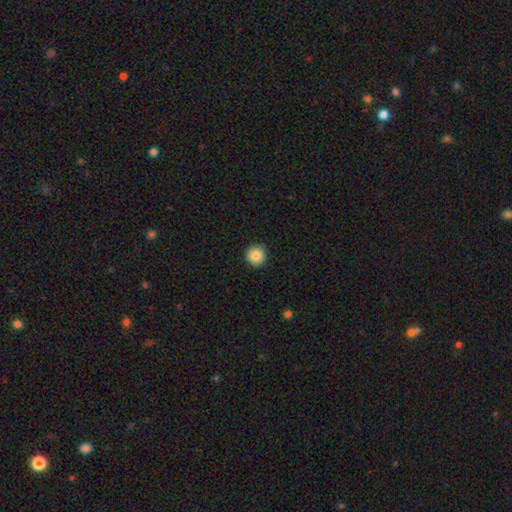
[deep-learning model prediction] Smooth or featured?
  - smooth: 85% *
  - star or artifact: 9%
  - featured or disk: 6%
How rounded?
  - round: 95% *
  - in between: 4%
  - cigar-shaped: 1%
Merging?
  - none: 90% *
  - minor disturbance: 8%
  - major disturbance: 2%
  - merger: 1%